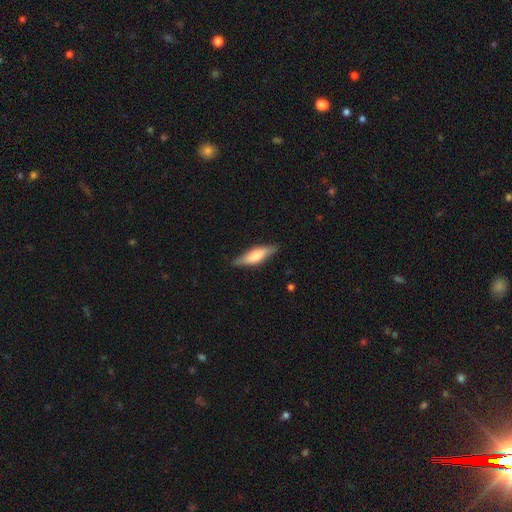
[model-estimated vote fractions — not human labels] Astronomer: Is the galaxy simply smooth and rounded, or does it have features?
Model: smooth — 56% (runner-up: featured or disk, 39%).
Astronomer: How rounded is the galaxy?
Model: cigar-shaped — 59% (runner-up: in between, 39%).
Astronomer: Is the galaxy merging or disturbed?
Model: none — 80%.